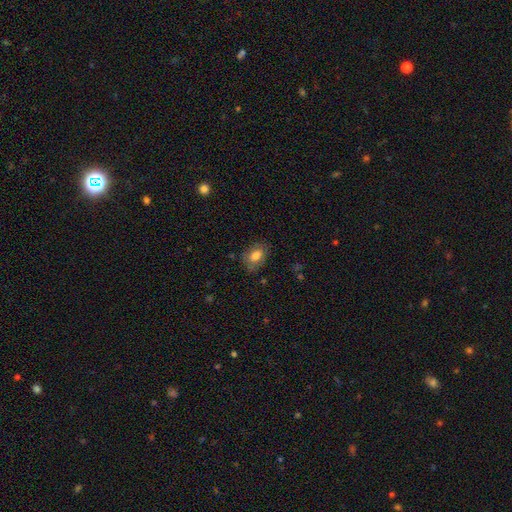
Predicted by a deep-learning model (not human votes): A smooth galaxy with no disk features (74%) that is in between round and cigar-shaped (79%). Merging: none (74%).